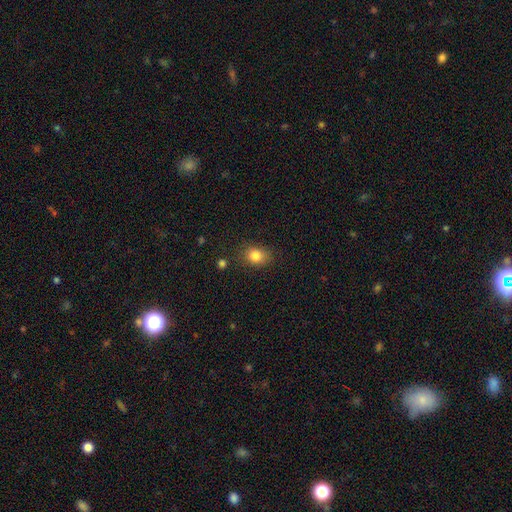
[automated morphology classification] smooth 83%, star or artifact 10%, featured or disk 7%. Down the decision tree: how rounded — in between (53%); merging — none (80%).